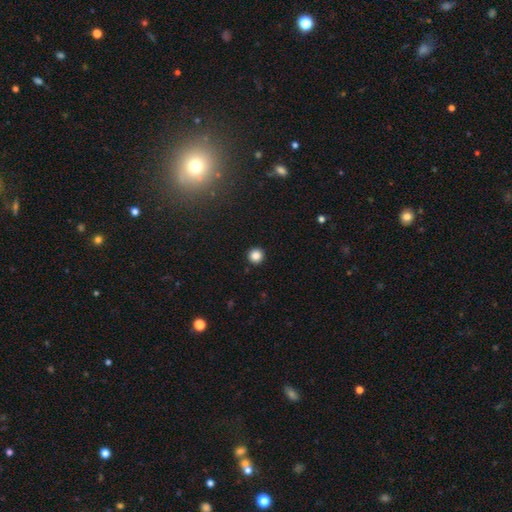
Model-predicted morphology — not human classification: smooth_or_featured: smooth (p=0.86) [alt: star or artifact p=0.11]
how_rounded: round (p=0.96) [alt: in between p=0.03]
merging: none (p=0.93) [alt: minor disturbance p=0.04]